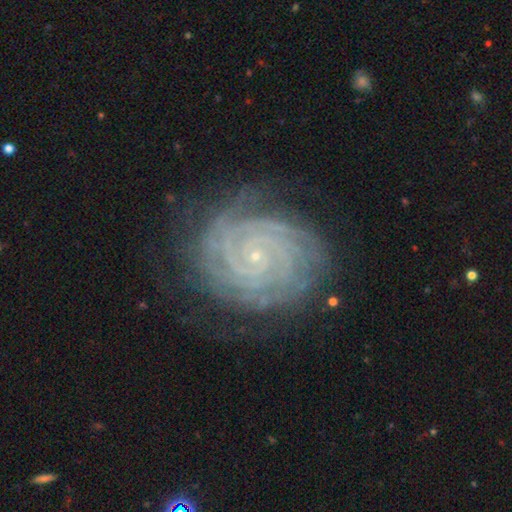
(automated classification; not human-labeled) Overall: featured or disk (90%). Edge-on disk: no (98%). Bar: no (76%). Spiral arms: yes (99%). Spiral arm count: 4 (23%; 2 17%). Spiral winding: tight (89%). Bulge size: small (90%). Merging: none (80%).